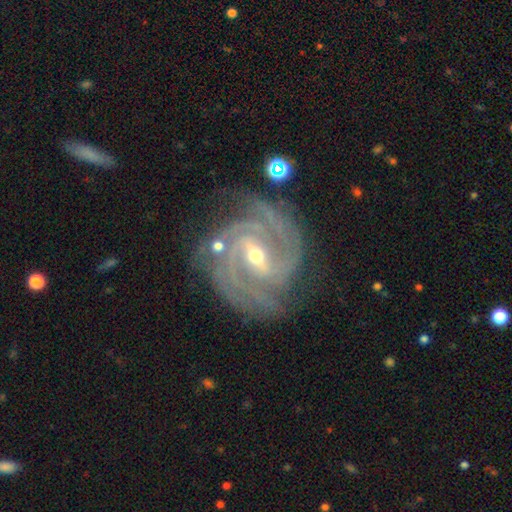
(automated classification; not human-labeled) This appears to be a featured or disk galaxy (93%) with a weak bar (45%), 3 (35%) tight (66%) spiral arms (99%) and a small central bulge (54%). Merging: none (73%).